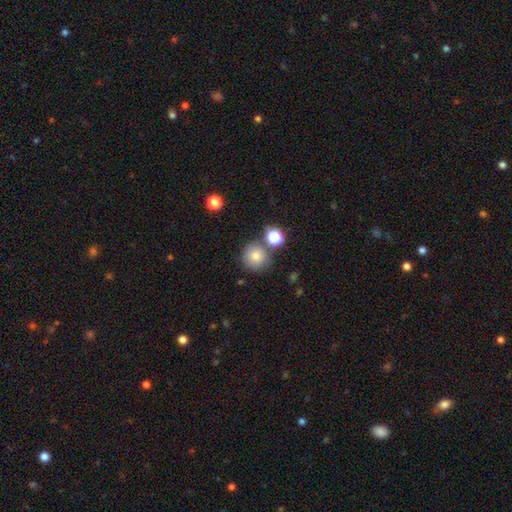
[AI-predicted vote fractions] smooth 78%, star or artifact 13%, featured or disk 10%. Down the decision tree: how rounded — round (93%); merging — none (69%).